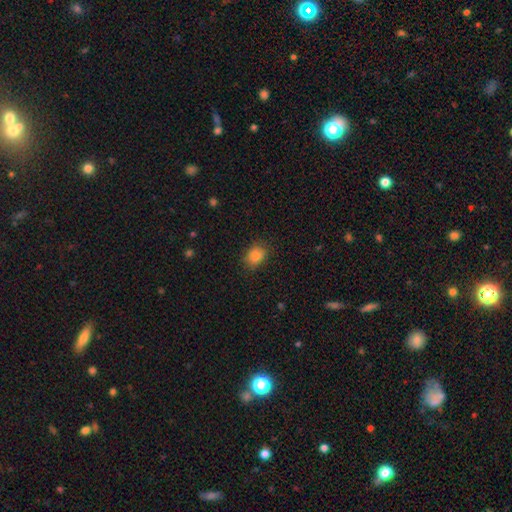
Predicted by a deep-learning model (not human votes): Smooth or featured? Predicted: smooth (p=0.86). How rounded? Predicted: in between (p=0.66). Merging? Predicted: none (p=0.81).